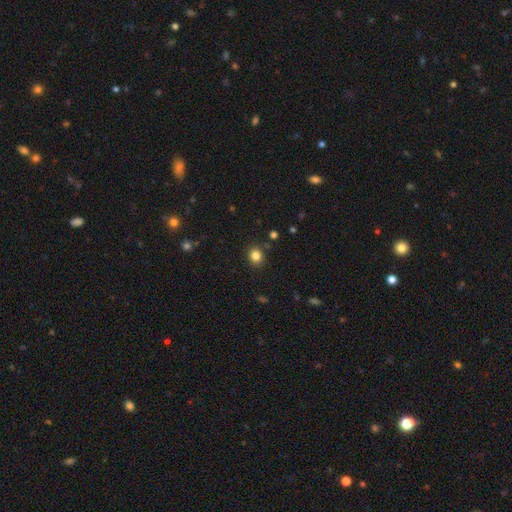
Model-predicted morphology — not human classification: Smooth or featured: smooth — 83% (star or artifact — 12%)
How rounded: round — 76% (in between — 23%)
Merging: none — 88% (minor disturbance — 8%)